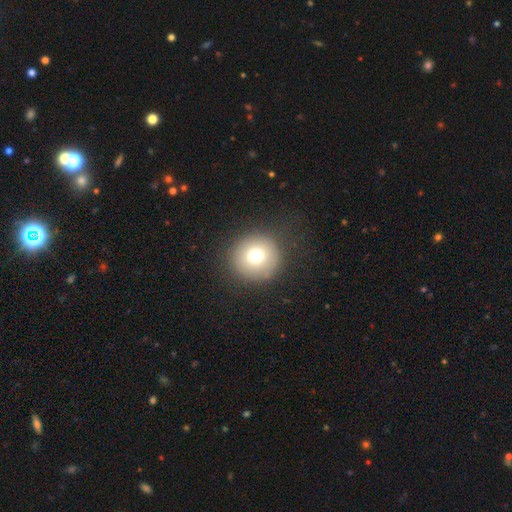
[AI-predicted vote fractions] A smooth galaxy with no disk features (73%) that is round (94%).

Vote fractions:
- Smooth or featured? smooth: 73% / star or artifact: 14% / featured or disk: 13%
- How rounded? round: 94% / in between: 5% / cigar-shaped: 1%
- Merging? none: 88% / minor disturbance: 7% / major disturbance: 4% / merger: 1%